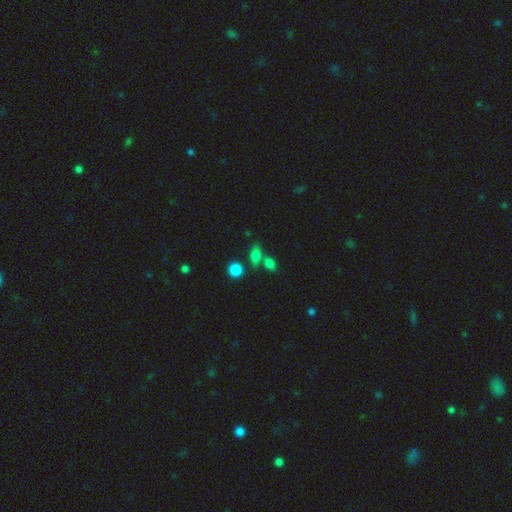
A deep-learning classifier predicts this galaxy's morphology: A smooth galaxy with no disk features (76%) that is in between round and cigar-shaped (66%). Merging: none (57%).